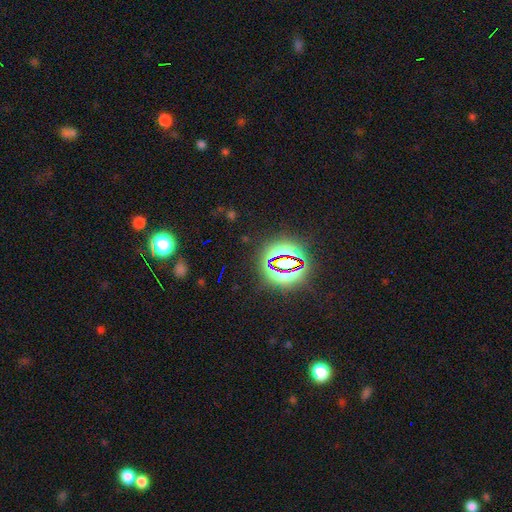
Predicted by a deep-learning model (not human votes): Q: Smooth or featured?
A: star or artifact (78%); runner-up: smooth (14%)